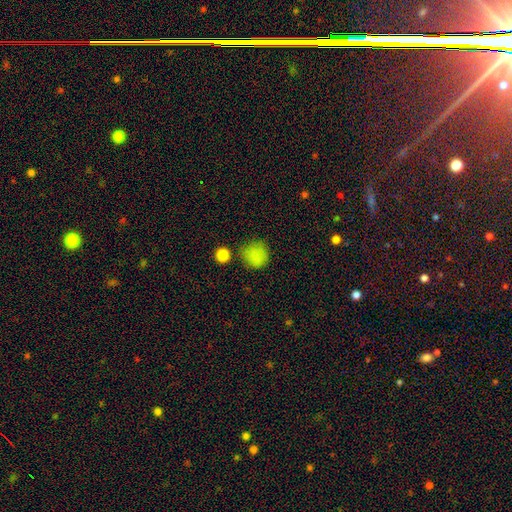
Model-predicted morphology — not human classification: Smooth or featured: smooth — 83% (star or artifact — 12%)
How rounded: round — 88% (in between — 11%)
Merging: none — 72% (minor disturbance — 18%)